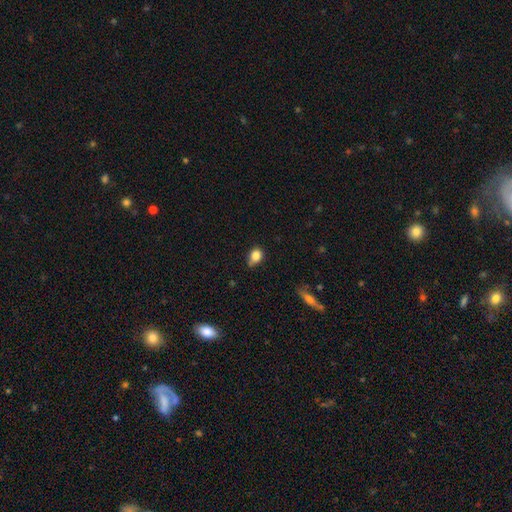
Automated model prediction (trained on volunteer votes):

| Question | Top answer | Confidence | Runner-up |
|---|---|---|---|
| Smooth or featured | smooth | 82% | star or artifact (10%) |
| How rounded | in between | 49% | tied: round (49%) |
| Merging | none | 53% | minor disturbance (34%) |